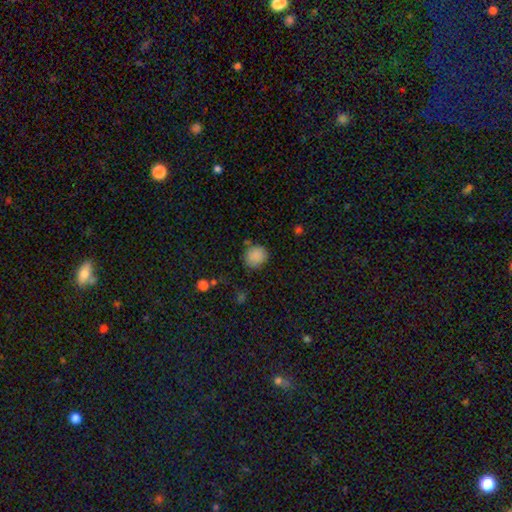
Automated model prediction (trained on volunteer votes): This appears to be a smooth galaxy with no disk features (86%) that is round (81%). Merging: none (79%).